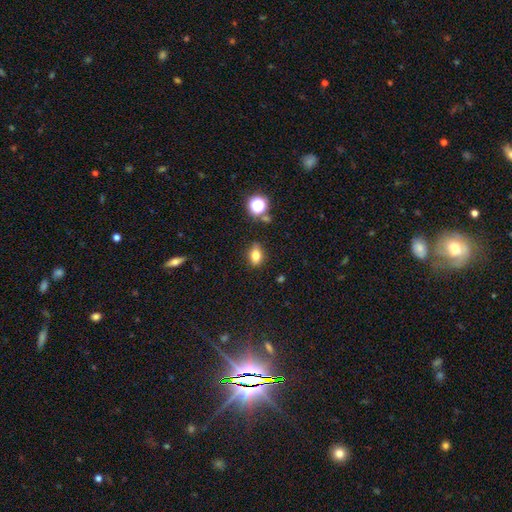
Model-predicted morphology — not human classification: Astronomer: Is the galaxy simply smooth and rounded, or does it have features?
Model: smooth — 78%.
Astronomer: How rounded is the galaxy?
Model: in between — 75%.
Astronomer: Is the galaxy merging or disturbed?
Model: none — 81%.